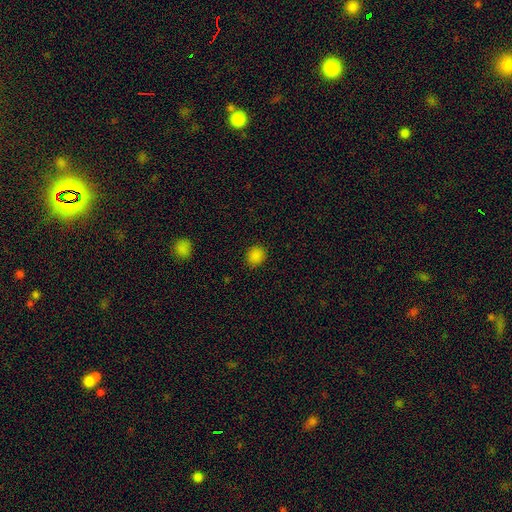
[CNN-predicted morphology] This appears to be a smooth galaxy with no disk features (85%) that is round (79%). Merging: none (90%).